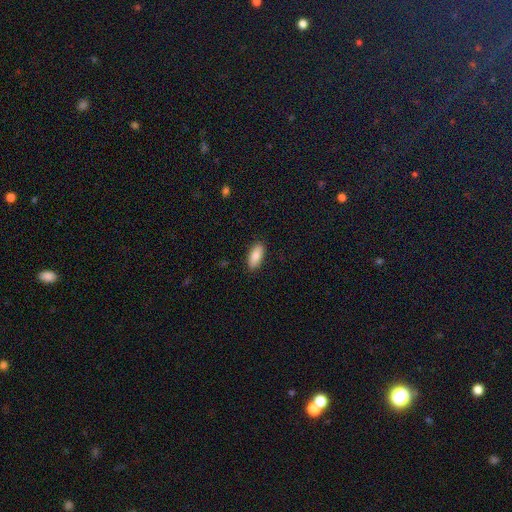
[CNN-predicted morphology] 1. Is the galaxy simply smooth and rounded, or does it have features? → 86% smooth, 8% featured or disk, 6% star or artifact.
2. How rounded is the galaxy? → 83% in between, 15% cigar-shaped, 2% round.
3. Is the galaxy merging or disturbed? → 89% none, 8% minor disturbance, 2% major disturbance, 1% merger.